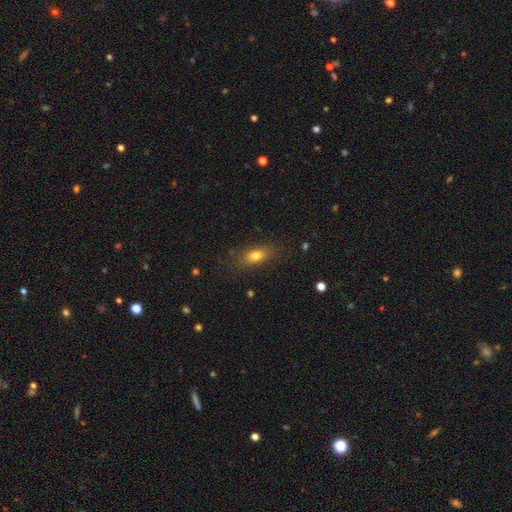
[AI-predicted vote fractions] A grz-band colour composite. It shows a smooth galaxy with no disk features (76%) that is in between round and cigar-shaped (75%). Merging: none (82%).